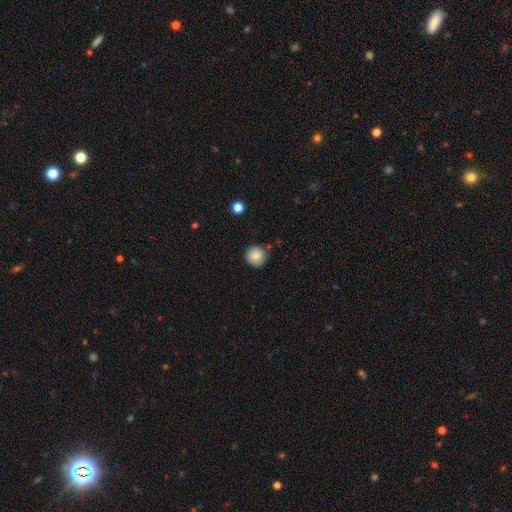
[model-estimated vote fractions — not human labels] Smooth or featured?
  - smooth: 82% *
  - featured or disk: 10%
  - star or artifact: 9%
How rounded?
  - round: 95% *
  - in between: 4%
  - cigar-shaped: 1%
Merging?
  - none: 87% *
  - minor disturbance: 9%
  - merger: 2%
  - major disturbance: 2%